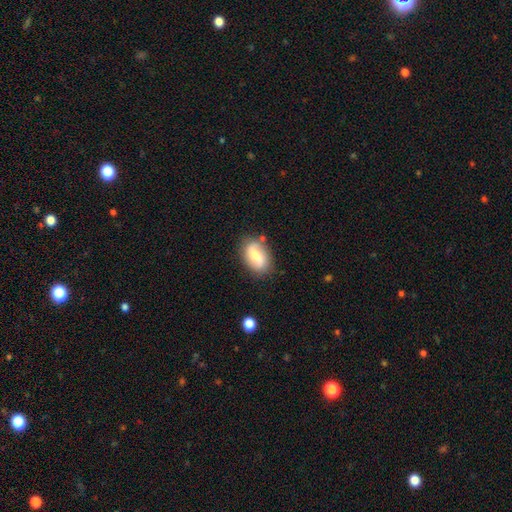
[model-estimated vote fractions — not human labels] smooth 47%, featured or disk 46%, star or artifact 7%. Down the decision tree: merging — none (77%).